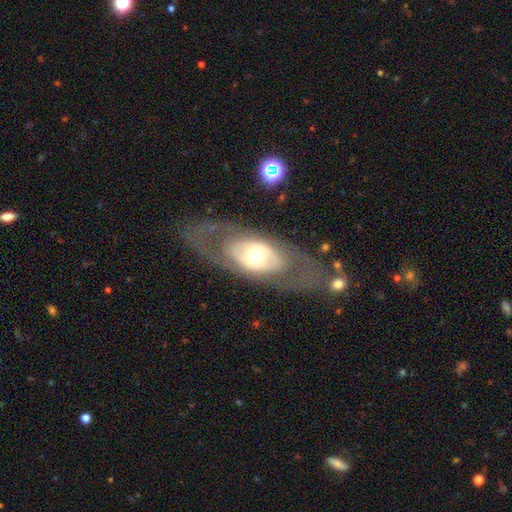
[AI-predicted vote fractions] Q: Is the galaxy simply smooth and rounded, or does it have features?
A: featured or disk — 64%.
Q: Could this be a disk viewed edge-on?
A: no — 85%.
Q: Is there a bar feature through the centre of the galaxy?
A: no — 79%.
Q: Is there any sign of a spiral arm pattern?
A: no — 79%.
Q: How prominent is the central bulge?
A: moderate — 63%.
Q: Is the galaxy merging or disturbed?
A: none — 73%.